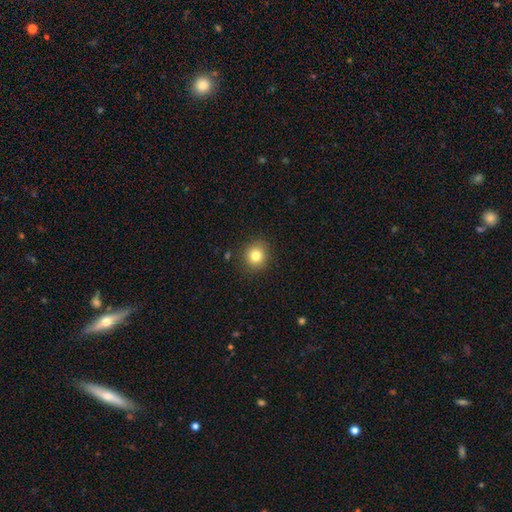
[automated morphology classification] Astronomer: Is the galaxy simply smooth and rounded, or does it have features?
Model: smooth — 81%.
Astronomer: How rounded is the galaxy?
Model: round — 86%.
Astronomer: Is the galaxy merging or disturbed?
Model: none — 88%.